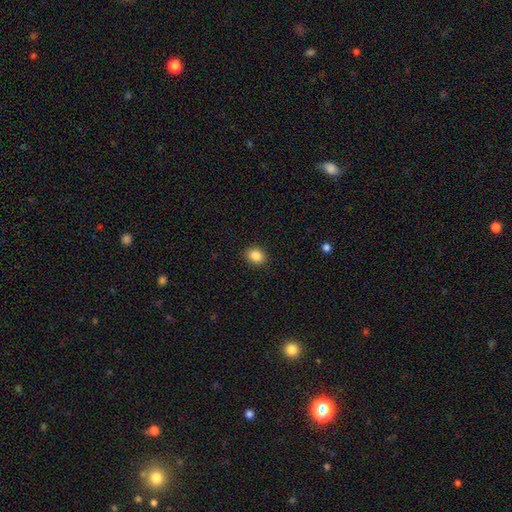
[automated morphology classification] smooth_or_featured: smooth (p=0.87) [alt: star or artifact p=0.09]
how_rounded: round (p=0.54) [alt: in between p=0.46]
merging: none (p=0.90) [alt: minor disturbance p=0.07]